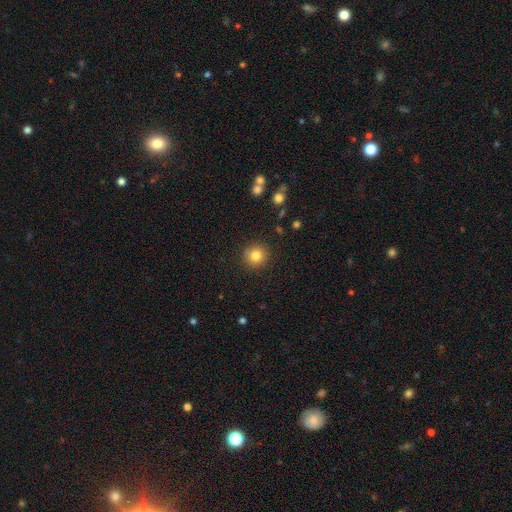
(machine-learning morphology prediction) A smooth galaxy with no disk features (82%) that is round (94%).

Vote fractions:
- Smooth or featured? smooth: 82% / star or artifact: 11% / featured or disk: 7%
- How rounded? round: 94% / in between: 5% / cigar-shaped: 1%
- Merging? none: 91% / minor disturbance: 6% / major disturbance: 2% / merger: 1%